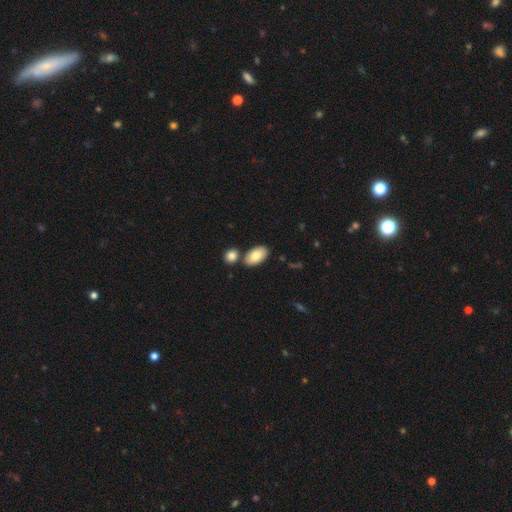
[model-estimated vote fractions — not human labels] Smooth or featured? Predicted: smooth (p=0.80). How rounded? Predicted: in between (p=0.94). Merging? Predicted: none (p=0.74).